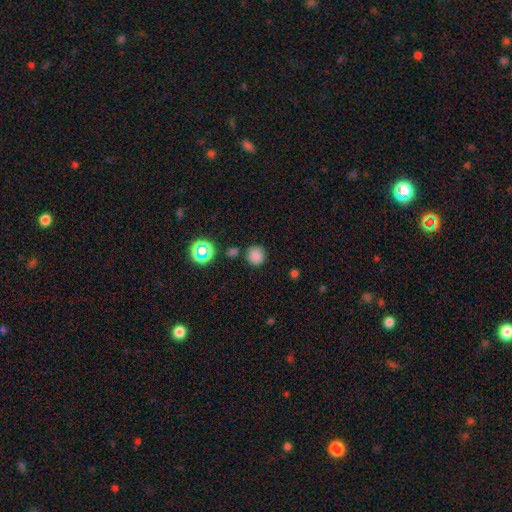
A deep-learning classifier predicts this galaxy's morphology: Smooth or featured: smooth — 80% (star or artifact — 16%)
How rounded: round — 92% (in between — 7%)
Merging: none — 82% (minor disturbance — 9%)